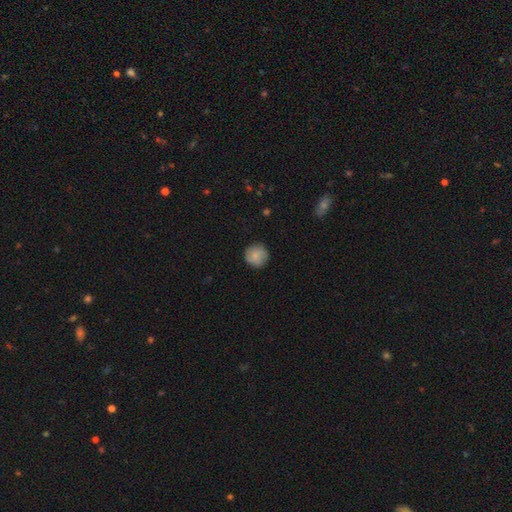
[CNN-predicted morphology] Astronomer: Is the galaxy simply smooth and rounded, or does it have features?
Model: smooth — 77%.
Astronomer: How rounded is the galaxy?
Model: round — 93%.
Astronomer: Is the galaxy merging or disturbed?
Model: none — 84%.